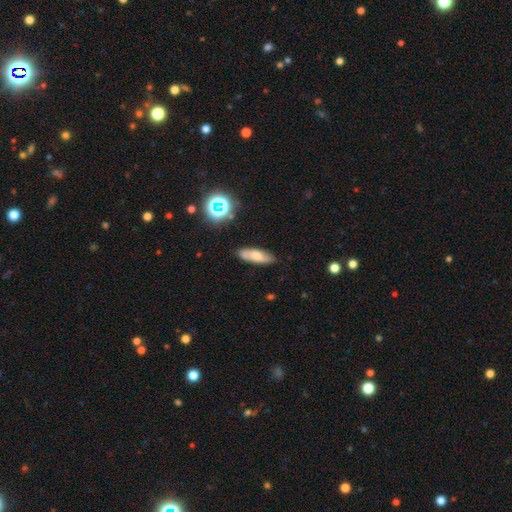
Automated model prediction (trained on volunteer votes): A smooth galaxy with no disk features (63%) that is in between round and cigar-shaped (56%).

Vote fractions:
- Smooth or featured? smooth: 63% / featured or disk: 26% / star or artifact: 10%
- How rounded? in between: 56% / cigar-shaped: 41% / round: 3%
- Merging? none: 79% / minor disturbance: 15% / major disturbance: 3% / merger: 3%